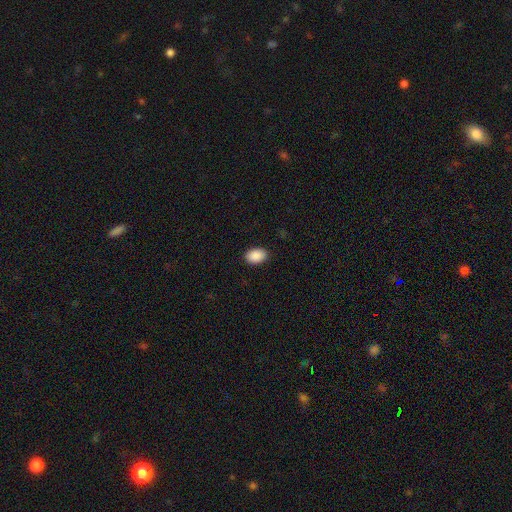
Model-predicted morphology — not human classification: Q: Smooth or featured?
A: smooth (91%); runner-up: star or artifact (7%)
Q: How rounded?
A: in between (86%); runner-up: round (13%)
Q: Merging?
A: none (89%); runner-up: minor disturbance (8%)